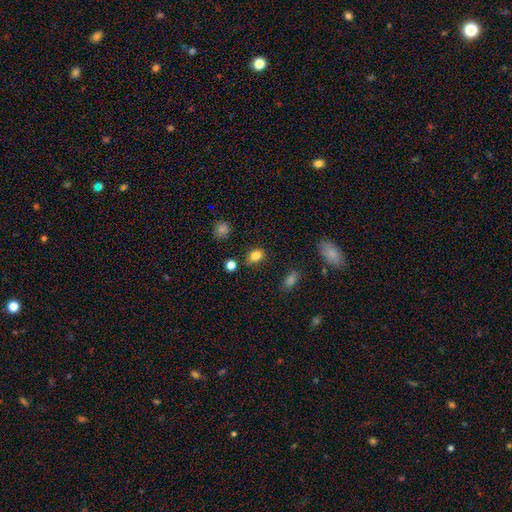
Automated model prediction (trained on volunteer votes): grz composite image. It shows a smooth galaxy with no disk features (82%) that is in between round and cigar-shaped (62%). Merging: none (75%).